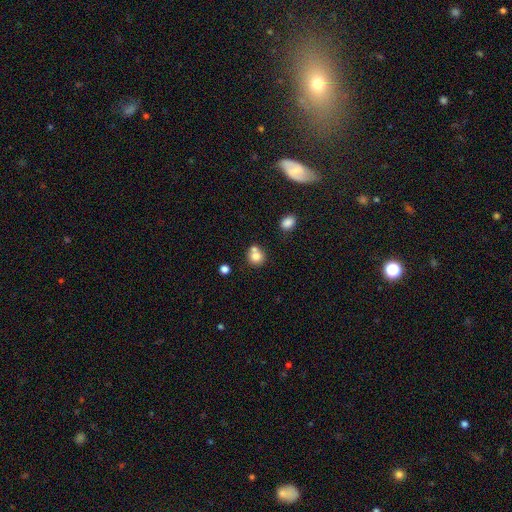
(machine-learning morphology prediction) A smooth galaxy with no disk features (78%) that is round (86%).

Vote fractions:
- Smooth or featured? smooth: 78% / featured or disk: 11% / star or artifact: 11%
- How rounded? round: 86% / in between: 13% / cigar-shaped: 1%
- Merging? none: 54% / merger: 33% / minor disturbance: 9% / major disturbance: 3%